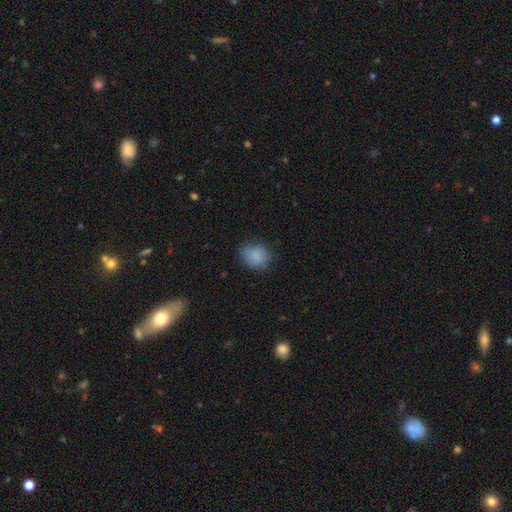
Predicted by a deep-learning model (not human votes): A smooth galaxy with no disk features (86%) that is round (63%). Merging: none (74%).